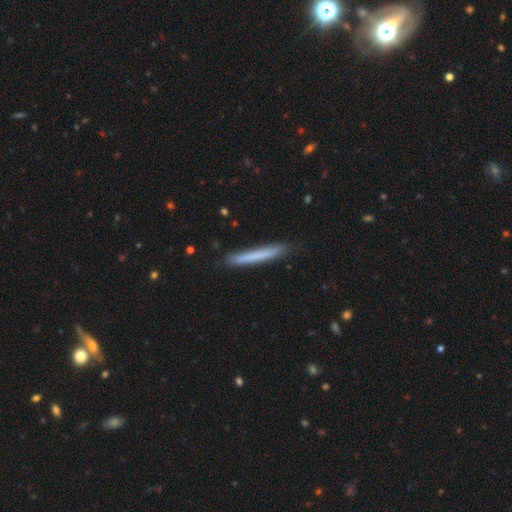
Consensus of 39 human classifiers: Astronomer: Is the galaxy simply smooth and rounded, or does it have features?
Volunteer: smooth — 72%.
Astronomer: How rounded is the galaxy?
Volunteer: cigar-shaped — 93%.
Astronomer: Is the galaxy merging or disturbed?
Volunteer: none — 72%.